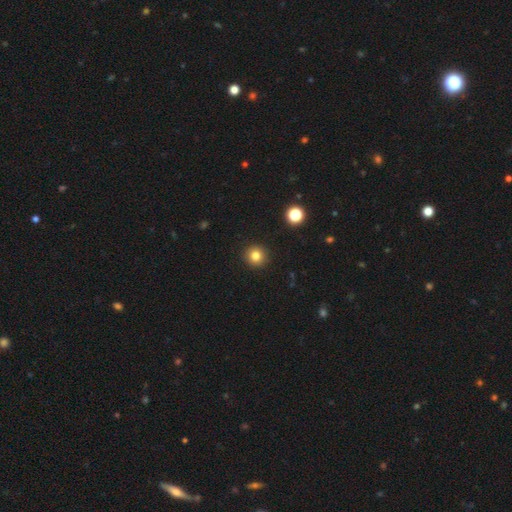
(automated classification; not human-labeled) This is clearly a smooth galaxy (81%). How rounded: clearly round (94%). Merging: clearly none (93%).